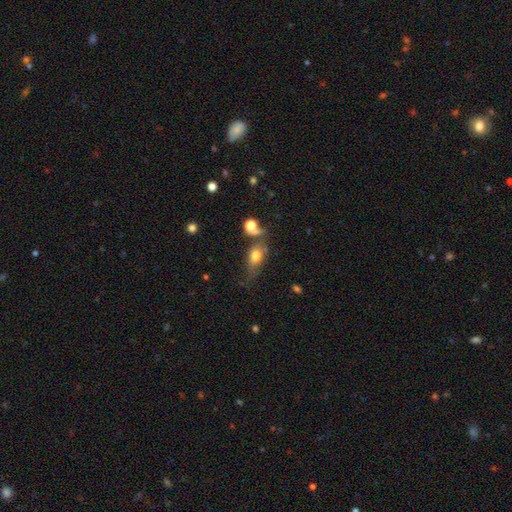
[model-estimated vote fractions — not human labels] Morphology: type=smooth (69%); roundness=in between (73%); merging=none (41%).